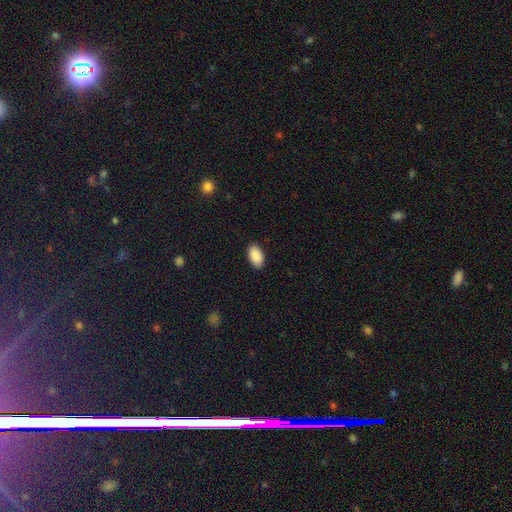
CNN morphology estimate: smooth-or-featured: smooth: 90% | star or artifact: 6% | featured or disk: 3%
  how-rounded: in between: 95% | round: 3% | cigar-shaped: 2%
  merging: none: 89% | minor disturbance: 9% | major disturbance: 2% | merger: 1%